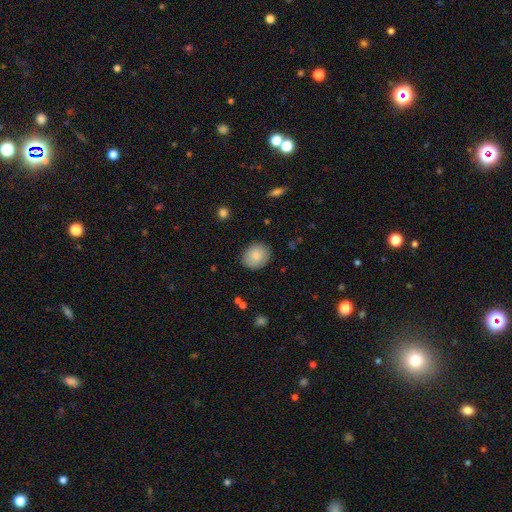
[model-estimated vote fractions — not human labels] smooth-or-featured: smooth: 82% | featured or disk: 11% | star or artifact: 7%
  how-rounded: round: 57% | in between: 42% | cigar-shaped: 1%
  merging: none: 84% | minor disturbance: 12% | major disturbance: 3% | merger: 1%